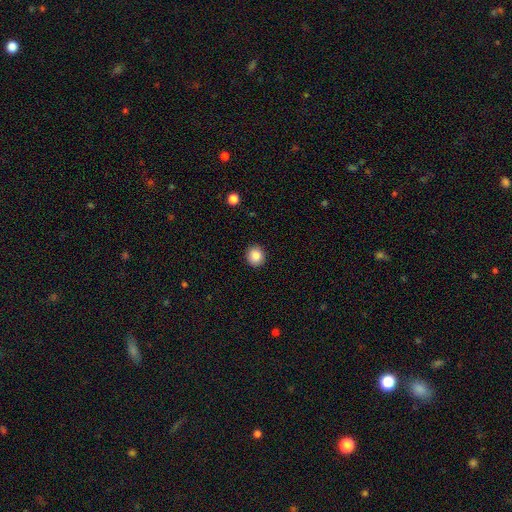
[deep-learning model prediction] Smooth or featured: smooth — 87% (star or artifact — 9%)
How rounded: round — 90% (in between — 10%)
Merging: none — 91% (minor disturbance — 6%)